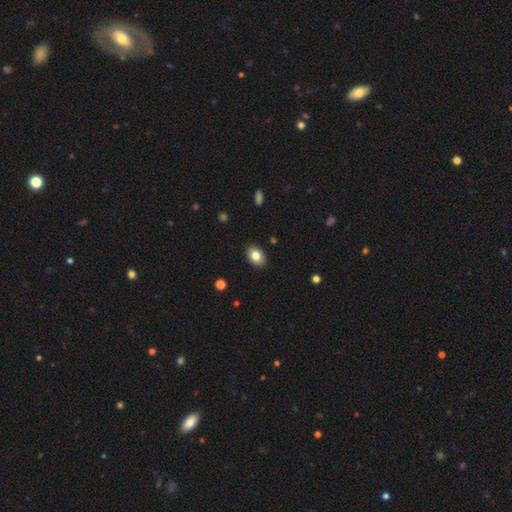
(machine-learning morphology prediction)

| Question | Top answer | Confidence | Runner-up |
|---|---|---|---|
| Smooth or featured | smooth | 82% | featured or disk (10%) |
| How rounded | in between | 82% | round (17%) |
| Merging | none | 88% | minor disturbance (9%) |